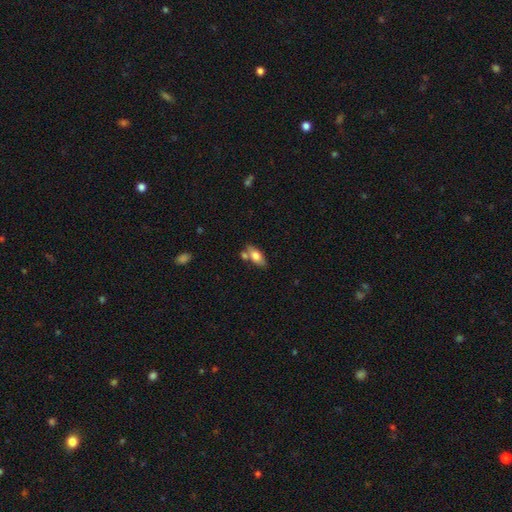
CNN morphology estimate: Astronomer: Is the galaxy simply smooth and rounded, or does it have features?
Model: smooth — 72%.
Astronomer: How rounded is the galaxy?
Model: in between — 85%.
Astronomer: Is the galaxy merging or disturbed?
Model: none — 56%.